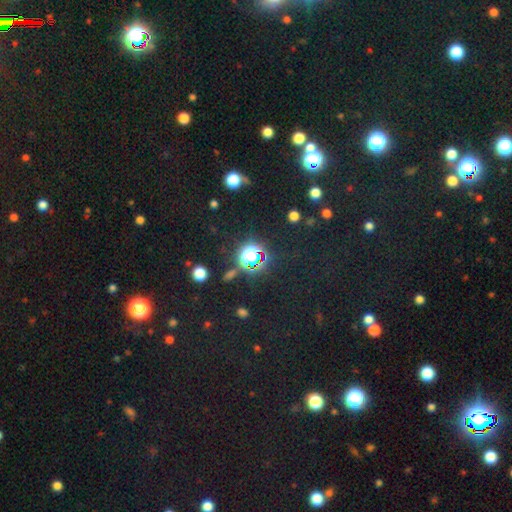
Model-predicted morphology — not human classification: The model was most divided on "smooth or featured": star or artifact: 70%, smooth: 21%, featured or disk: 9%.